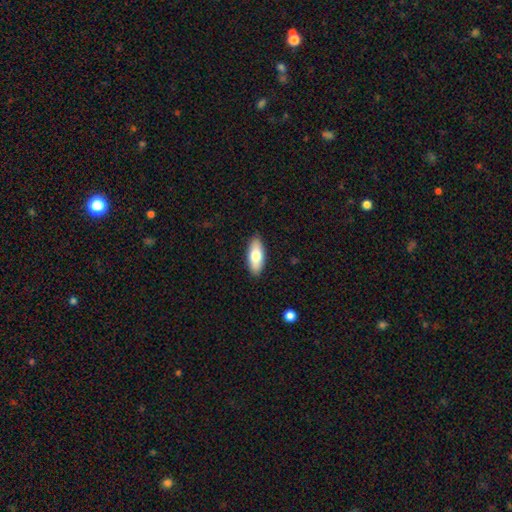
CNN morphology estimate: Q: Smooth or featured?
A: smooth (75%); runner-up: featured or disk (19%)
Q: How rounded?
A: in between (80%); runner-up: cigar-shaped (18%)
Q: Merging?
A: none (89%); runner-up: minor disturbance (8%)